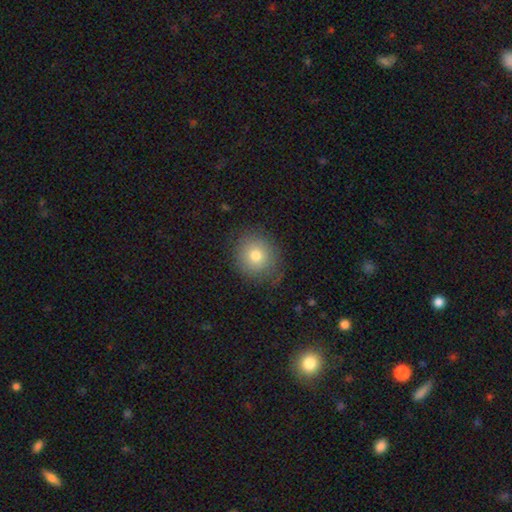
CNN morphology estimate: type=smooth (75%); roundness=round (87%); merging=none (79%).